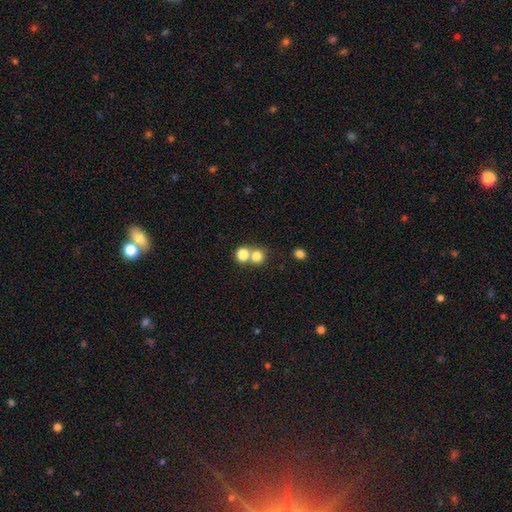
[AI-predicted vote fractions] This appears to be a smooth galaxy with no disk features (78%) that is round (86%). Merging: none (50%).